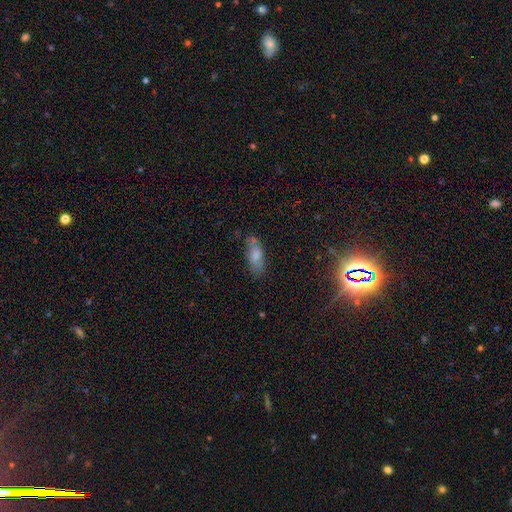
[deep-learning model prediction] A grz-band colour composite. It shows a smooth galaxy with no disk features (75%) that is in between round and cigar-shaped (79%). Merging: none (63%).